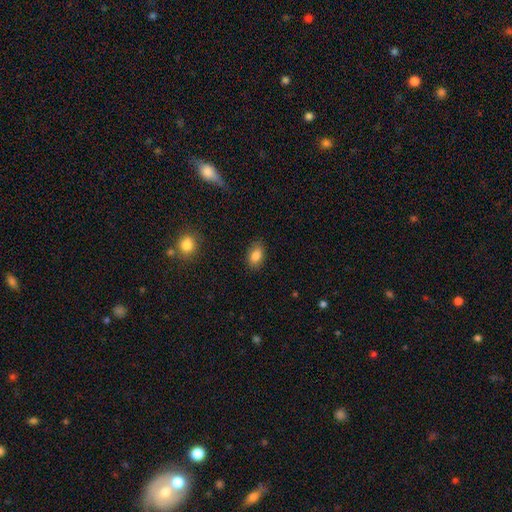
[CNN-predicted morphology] The model was most divided on "merging": none: 85%, minor disturbance: 11%, major disturbance: 3%, merger: 1%. More confident: how rounded — in between (86%); smooth or featured — smooth (84%).